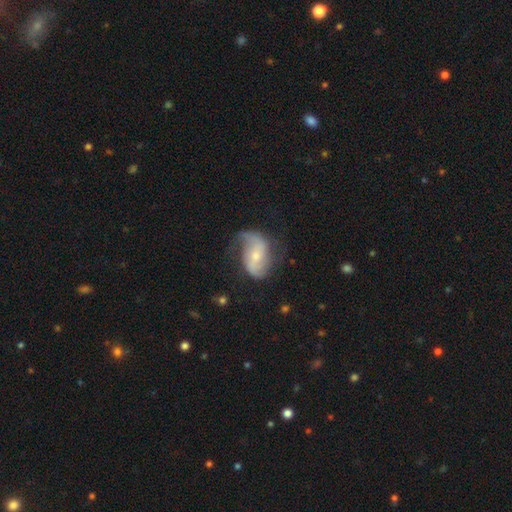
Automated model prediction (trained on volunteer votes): Morphology: type=featured or disk (78%); edge-on=no (96%); bar=no (42%); spiral arms=yes (93%); winding=loose (61%); arm count=2 (85%); bulge=small (56%); merging=none (58%).